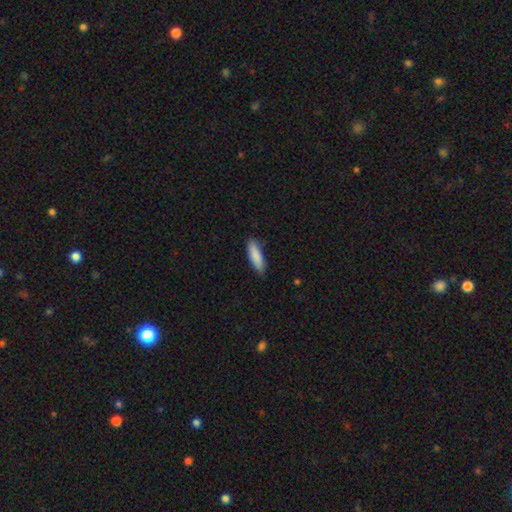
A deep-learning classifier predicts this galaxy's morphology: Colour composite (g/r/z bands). It shows a smooth galaxy with no disk features (88%) that is cigar-shaped (54%). Merging: none (85%).